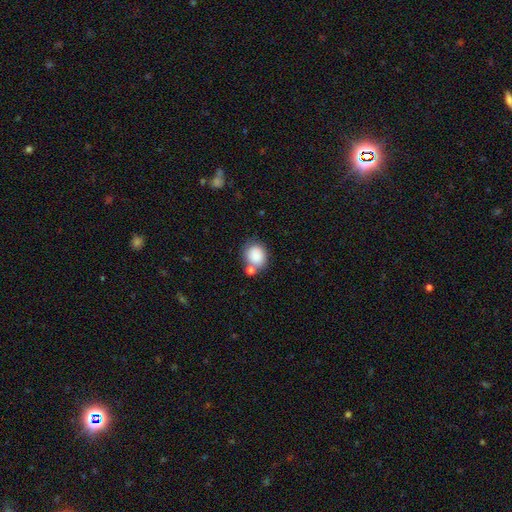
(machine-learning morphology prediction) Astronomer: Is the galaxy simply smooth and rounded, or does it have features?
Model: smooth — 86%.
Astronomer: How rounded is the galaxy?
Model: round — 65%.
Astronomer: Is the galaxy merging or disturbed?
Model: none — 61%.